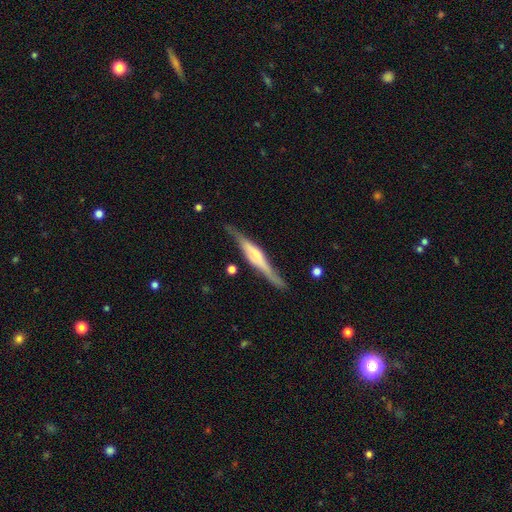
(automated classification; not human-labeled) A featured or disk galaxy (74%) viewed edge-on (96%) with a rounded central bulge (48%). Merging: none (79%).